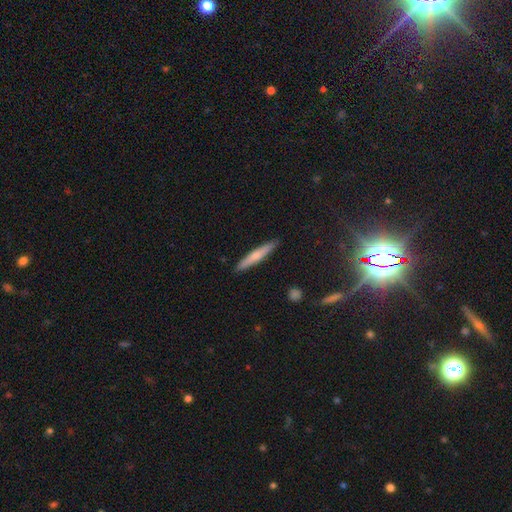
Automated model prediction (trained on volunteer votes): Smooth or featured: smooth — 59% (featured or disk — 35%)
How rounded: cigar-shaped — 94% (in between — 5%)
Merging: none — 91% (minor disturbance — 7%)